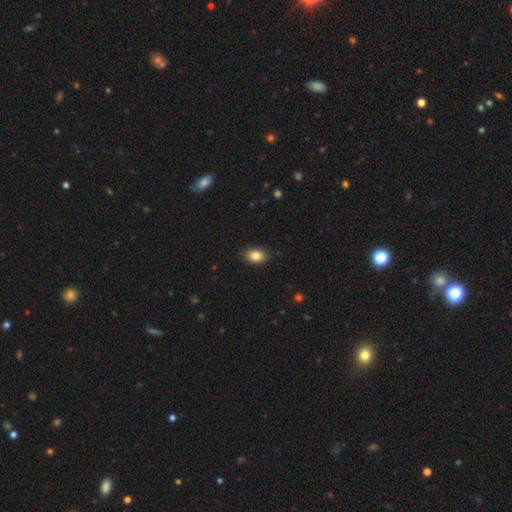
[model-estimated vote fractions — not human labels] This is clearly a smooth galaxy (85%). How rounded: clearly in between (86%). Merging: clearly none (89%).